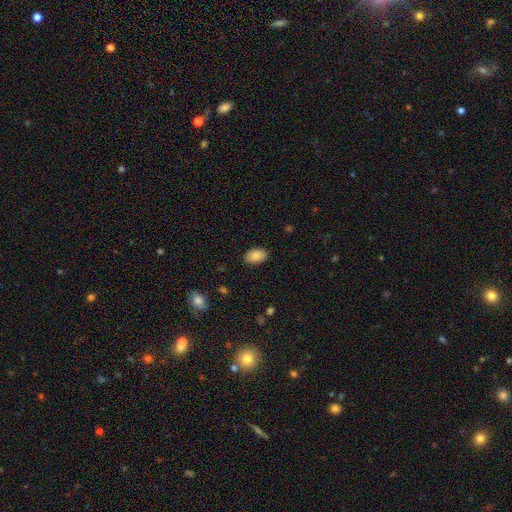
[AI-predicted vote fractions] This is clearly a smooth galaxy (87%). How rounded: clearly in between (92%). Merging: clearly none (87%).